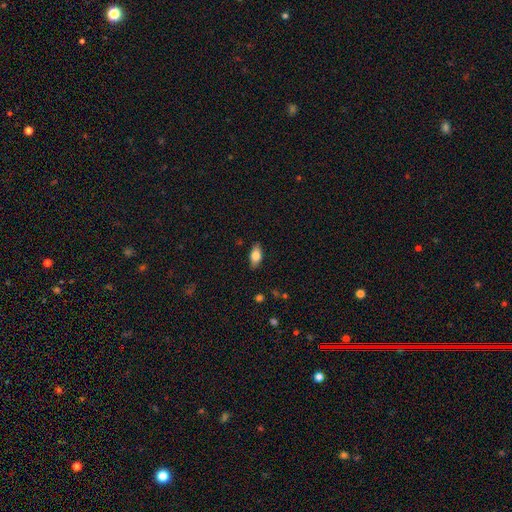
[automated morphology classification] smooth 77%, featured or disk 16%, star or artifact 7%. Down the decision tree: how rounded — in between (88%); merging — none (87%).